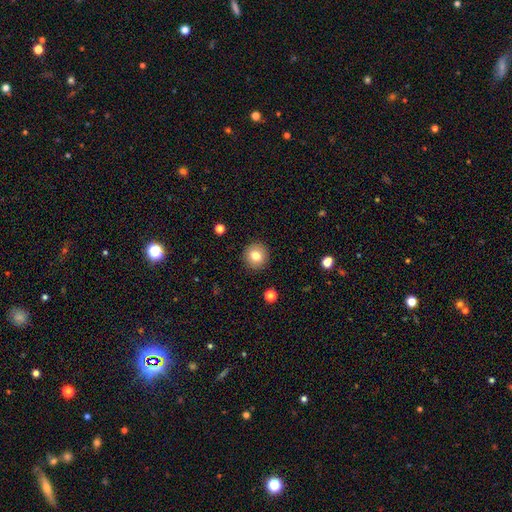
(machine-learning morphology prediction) This is likely a smooth galaxy (79%). How rounded: clearly round (93%). Merging: clearly none (91%).